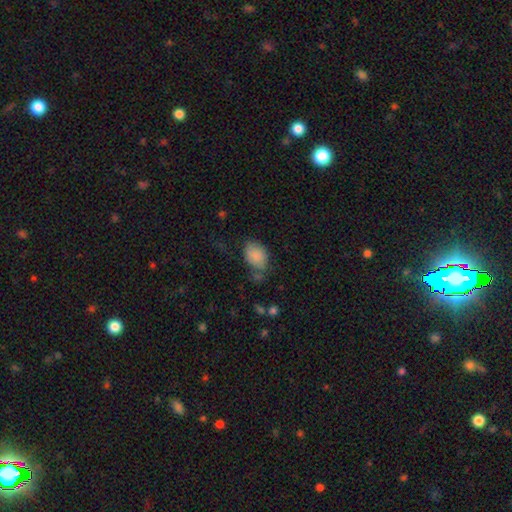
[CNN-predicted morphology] This appears to be a smooth galaxy with no disk features (85%) that is in between round and cigar-shaped (78%). Merging: none (58%).